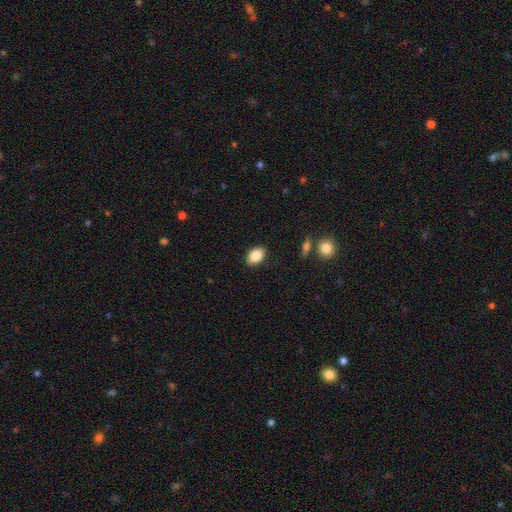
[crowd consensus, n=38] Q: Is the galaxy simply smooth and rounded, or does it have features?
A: smooth — 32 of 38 (84%).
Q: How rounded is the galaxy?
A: in between — 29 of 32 (91%).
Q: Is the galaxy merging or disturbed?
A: none — 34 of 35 (97%).